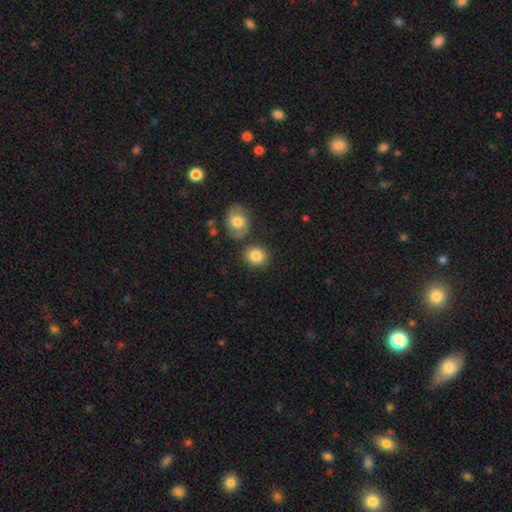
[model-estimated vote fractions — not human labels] Smooth or featured?
  - smooth: 84% *
  - featured or disk: 8%
  - star or artifact: 8%
How rounded?
  - round: 66% *
  - in between: 33%
  - cigar-shaped: 1%
Merging?
  - none: 76% *
  - minor disturbance: 11%
  - merger: 9%
  - major disturbance: 3%